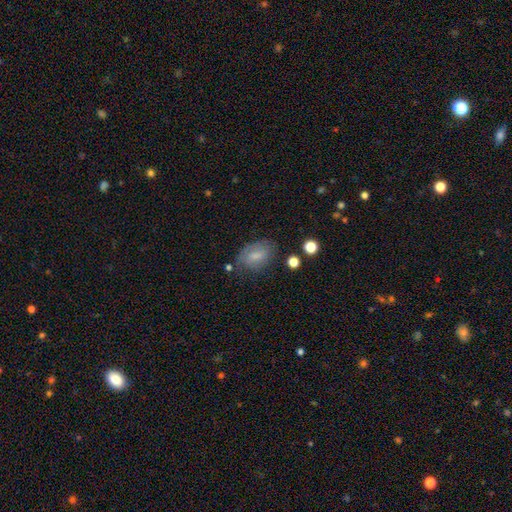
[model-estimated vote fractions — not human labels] Smooth or featured? smooth (71%)
How rounded? in between (86%)
Merging? none (65%)